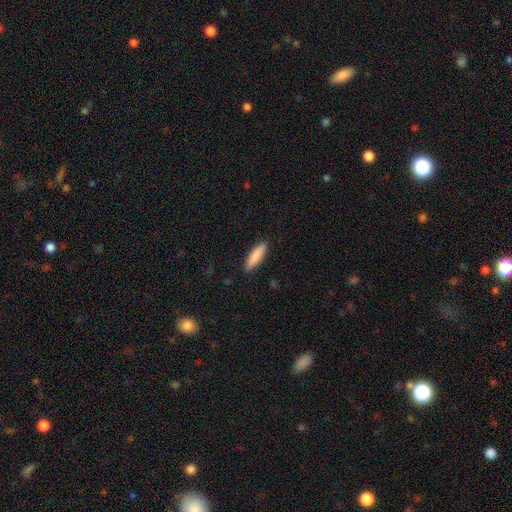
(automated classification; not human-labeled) Morphology: type=smooth (86%); roundness=cigar-shaped (65%); merging=none (88%).